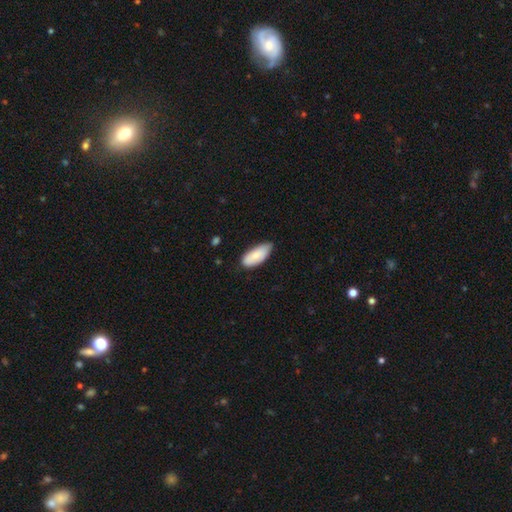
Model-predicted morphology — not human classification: A smooth galaxy with no disk features (82%) that is in between round and cigar-shaped (89%). Merging: none (65%).